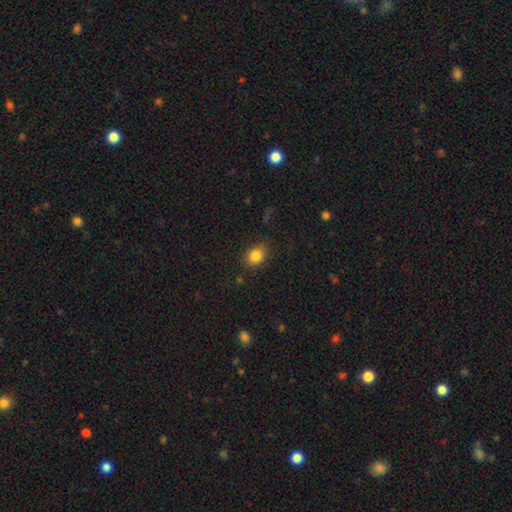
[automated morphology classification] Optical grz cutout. It shows a smooth galaxy with no disk features (84%) that is in between round and cigar-shaped (55%). Merging: none (83%).